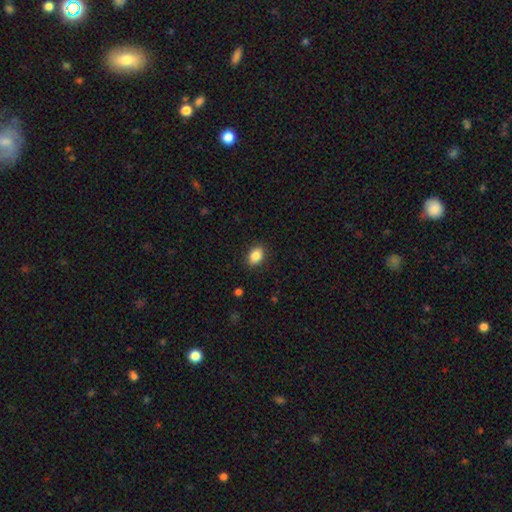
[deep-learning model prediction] Overall: smooth (87%). How rounded: in between (78%). Merging: none (89%).